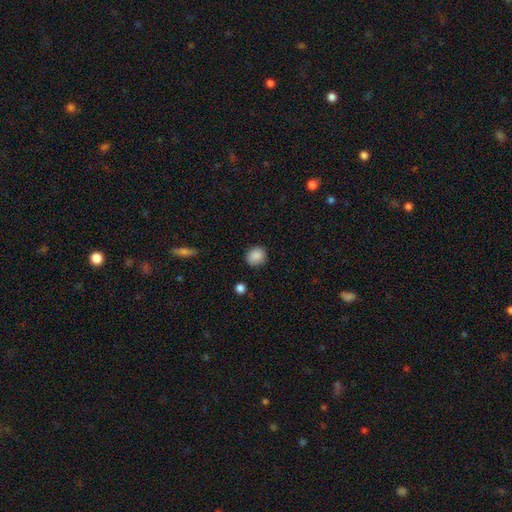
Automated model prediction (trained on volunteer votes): A smooth galaxy with no disk features (88%) that is round (80%). Merging: none (87%).